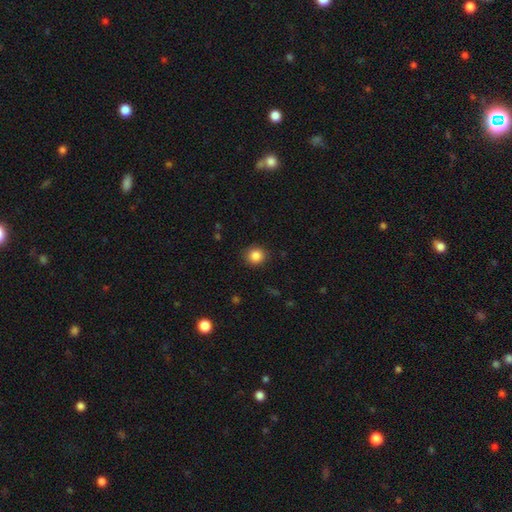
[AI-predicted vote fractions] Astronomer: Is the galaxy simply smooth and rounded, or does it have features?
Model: smooth — 86%.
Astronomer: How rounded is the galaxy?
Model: round — 87%.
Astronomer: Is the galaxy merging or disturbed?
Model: none — 89%.